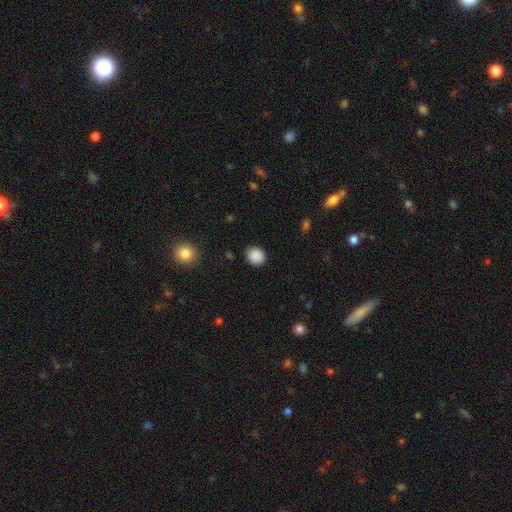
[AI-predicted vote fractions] Smooth or featured: smooth — 89% (star or artifact — 8%)
How rounded: round — 77% (in between — 22%)
Merging: none — 89% (minor disturbance — 8%)